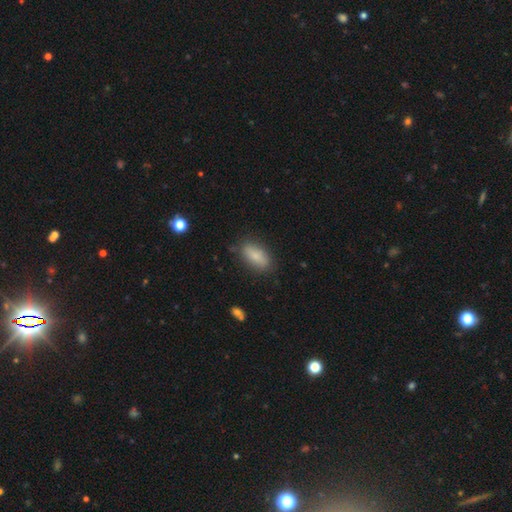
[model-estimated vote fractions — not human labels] This appears to be a smooth galaxy with no disk features (81%) that is in between round and cigar-shaped (82%). Merging: none (79%).